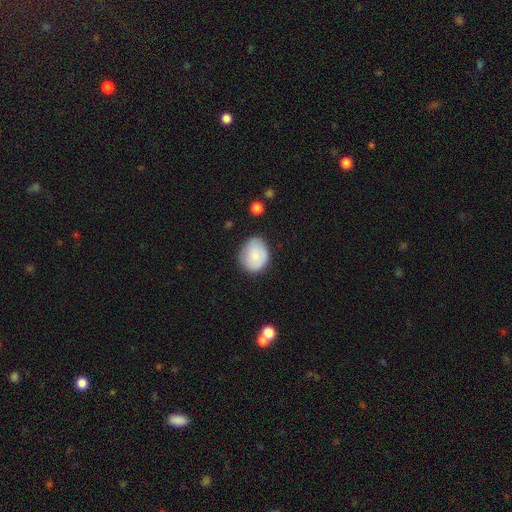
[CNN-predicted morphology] Smooth or featured? Predicted: smooth (p=0.80). How rounded? Predicted: round (p=0.56). Merging? Predicted: none (p=0.70).